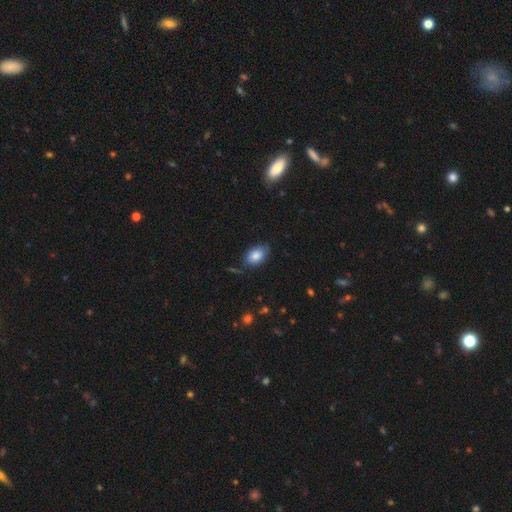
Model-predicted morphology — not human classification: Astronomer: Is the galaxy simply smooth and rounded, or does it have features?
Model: smooth — 83%.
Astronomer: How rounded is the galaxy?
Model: in between — 87%.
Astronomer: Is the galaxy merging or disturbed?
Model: none — 73%.